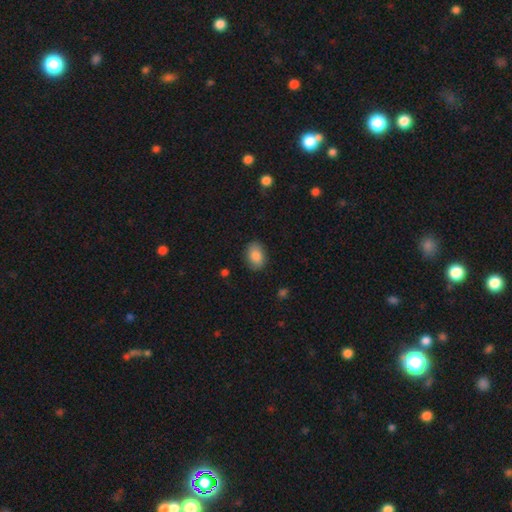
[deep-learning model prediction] smooth 86%, star or artifact 7%, featured or disk 7%. Down the decision tree: how rounded — in between (82%); merging — none (86%).